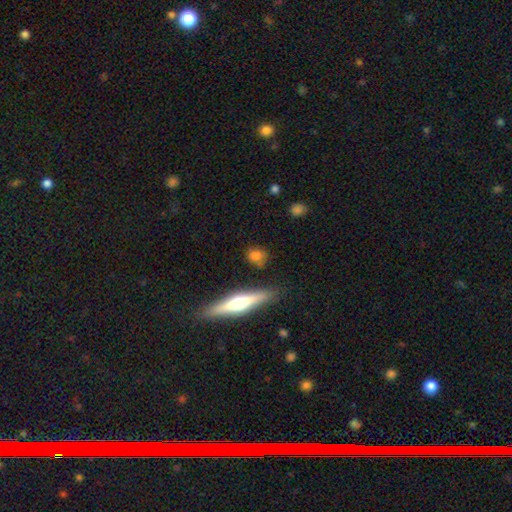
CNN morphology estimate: Smooth or featured: smooth — 70% (featured or disk — 19%)
How rounded: round — 51% (in between — 35%)
Merging: none — 74% (minor disturbance — 16%)